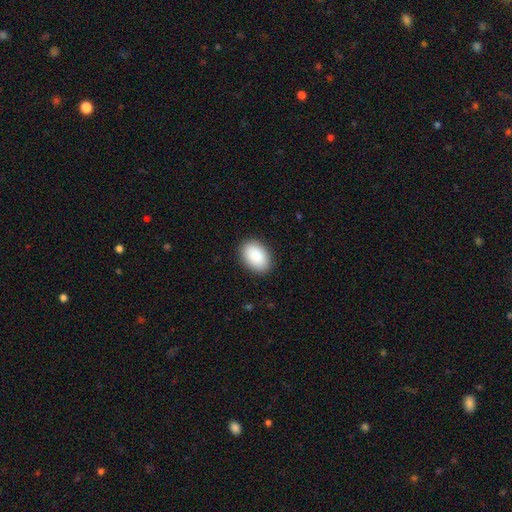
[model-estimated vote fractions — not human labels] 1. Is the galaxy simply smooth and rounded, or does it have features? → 90% smooth, 6% star or artifact, 4% featured or disk.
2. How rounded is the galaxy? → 88% in between, 11% round, 1% cigar-shaped.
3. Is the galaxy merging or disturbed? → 88% none, 9% minor disturbance, 2% major disturbance, 1% merger.